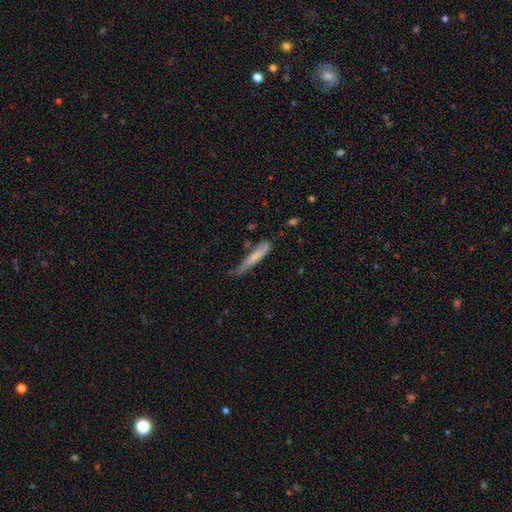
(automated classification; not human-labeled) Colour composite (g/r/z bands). It shows a smooth galaxy with no disk features (65%) that is cigar-shaped (90%). Merging: none (54%).